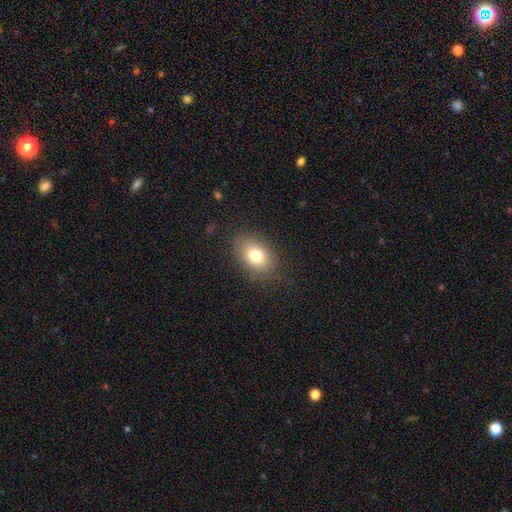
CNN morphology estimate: Q: Smooth or featured?
A: smooth (77%); runner-up: featured or disk (12%)
Q: How rounded?
A: in between (77%); runner-up: round (22%)
Q: Merging?
A: none (83%); runner-up: minor disturbance (12%)